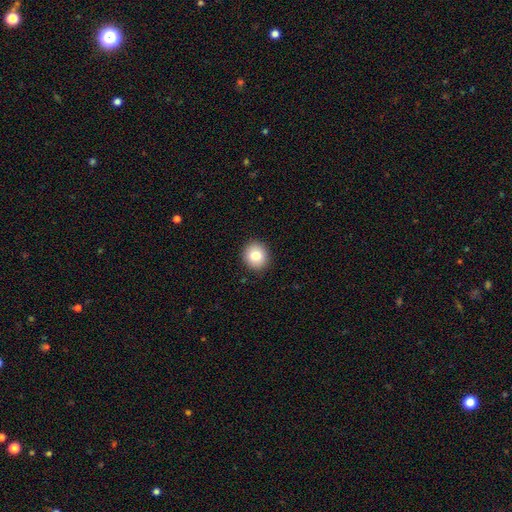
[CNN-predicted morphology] Smooth or featured? Predicted: smooth (p=0.82). How rounded? Predicted: round (p=0.79). Merging? Predicted: none (p=0.91).